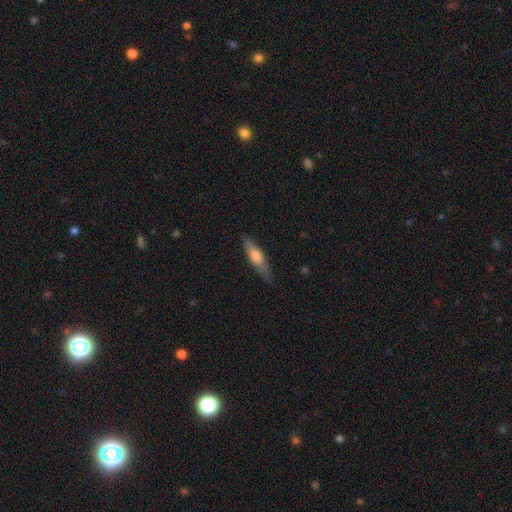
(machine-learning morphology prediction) Overall: smooth (57%; featured or disk 37%). How rounded: cigar-shaped (78%). Merging: none (80%).